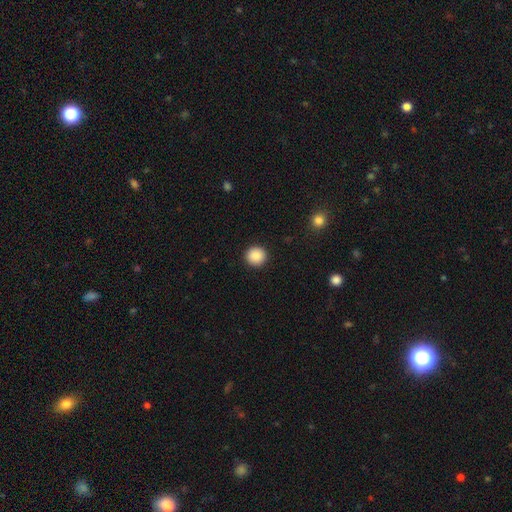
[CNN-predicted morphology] A smooth galaxy with no disk features (88%) that is round (93%). Merging: none (92%).